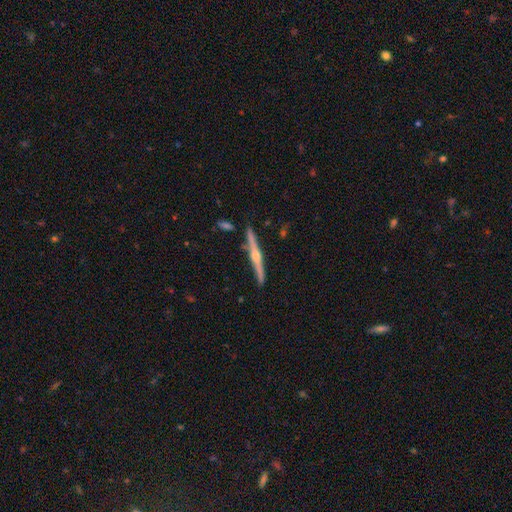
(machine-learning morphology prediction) Q: Smooth or featured?
A: featured or disk (81%); runner-up: smooth (14%)
Q: Edge-on disk?
A: yes (98%); runner-up: no (2%)
Q: Edge-on bulge?
A: rounded (93%); runner-up: none (4%)
Q: Merging?
A: none (87%); runner-up: minor disturbance (8%)